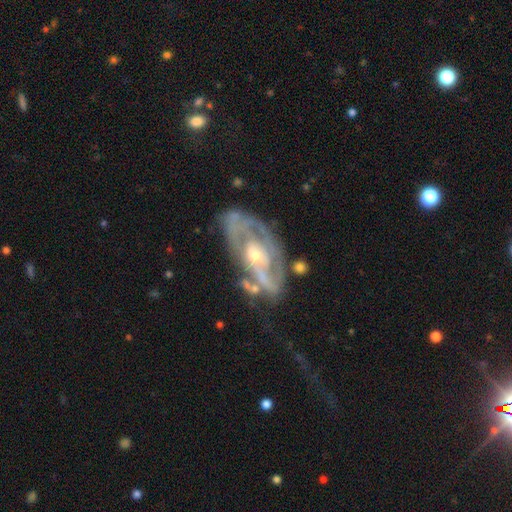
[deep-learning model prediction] smooth-or-featured: featured or disk: 83% | smooth: 10% | star or artifact: 7%
  disk-edge-on: no: 93% | yes: 7%
    bar: no: 62% | weak: 28% | strong: 10%
    has-spiral-arms: yes: 78% | no: 22%
      spiral-winding: tight: 53% | medium: 33% | loose: 14%
      spiral-arm-count: can't tell: 40% | 2: 37% | 3: 9% | 1: 8% | 4: 3% | more than 4: 3%
    bulge-size: small: 49% | moderate: 47% | large: 2% | none: 2% | dominant: 1%
  merging: none: 42% | major disturbance: 25% | minor disturbance: 23% | merger: 10%